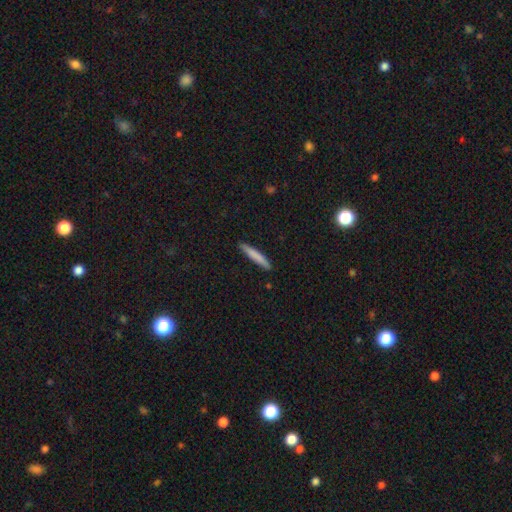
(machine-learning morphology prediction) A smooth galaxy with no disk features (77%) that is cigar-shaped (95%). Merging: none (89%).